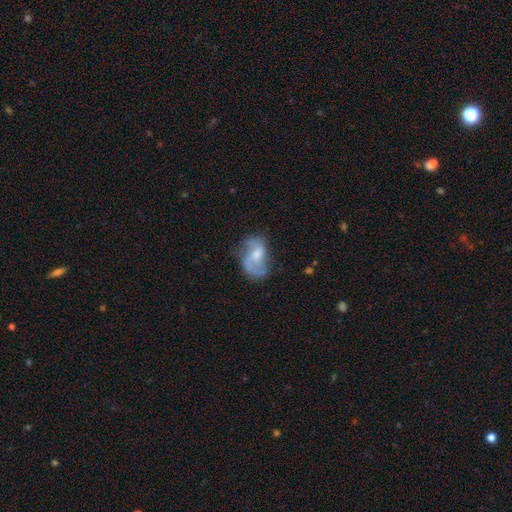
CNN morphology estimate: Smooth or featured?
  - featured or disk: 72% *
  - smooth: 21%
  - star or artifact: 7%
Edge-on disk?
  - no: 97% *
  - yes: 3%
Bar?
  - no: 47% *
  - weak: 45%
  - strong: 8%
Spiral arms?
  - yes: 88% *
  - no: 12%
Spiral winding?
  - loose: 53% *
  - medium: 37%
  - tight: 10%
Spiral arm count?
  - 2: 75% *
  - 1: 10%
  - can't tell: 9%
  - 3: 3%
  - 4: 1%
  - more than 4: 1%
Bulge size?
  - moderate: 50% *
  - small: 31%
  - none: 11%
  - large: 7%
  - dominant: 1%
Merging?
  - none: 51% *
  - minor disturbance: 26%
  - major disturbance: 20%
  - merger: 3%